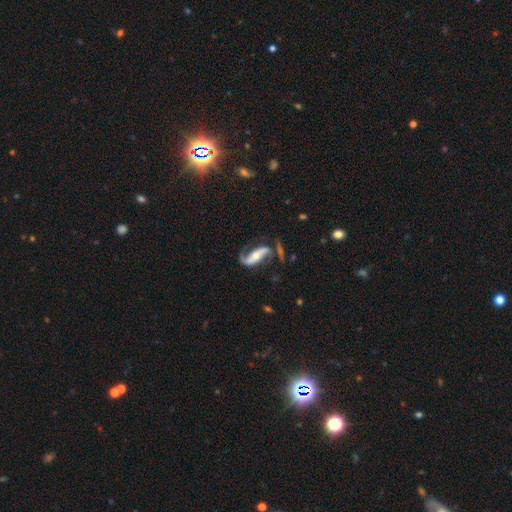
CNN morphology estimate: Smooth or featured?
  - featured or disk: 84% *
  - smooth: 10%
  - star or artifact: 5%
Edge-on disk?
  - no: 90% *
  - yes: 10%
Bar?
  - strong: 52% *
  - no: 26%
  - weak: 22%
Spiral arms?
  - yes: 93% *
  - no: 7%
Spiral winding?
  - loose: 63% *
  - medium: 27%
  - tight: 10%
Spiral arm count?
  - 2: 87% *
  - 1: 8%
  - can't tell: 3%
  - 3: 1%
  - 4: 1%
  - more than 4: 1%
Bulge size?
  - moderate: 52% *
  - small: 39%
  - large: 5%
  - none: 2%
  - dominant: 2%
Merging?
  - none: 59% *
  - minor disturbance: 18%
  - major disturbance: 16%
  - merger: 6%